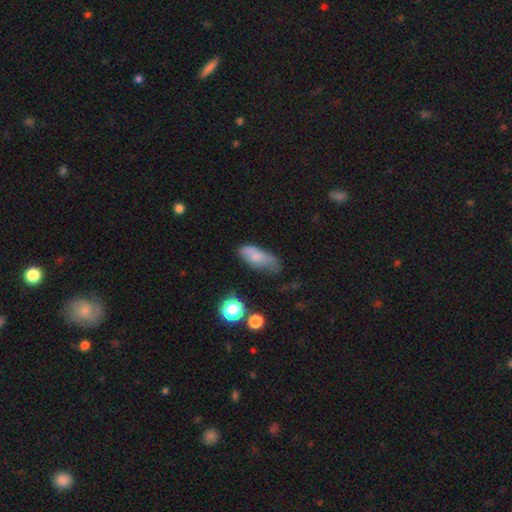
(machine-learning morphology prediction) type=smooth (67%); roundness=in between (73%); merging=none (42%).